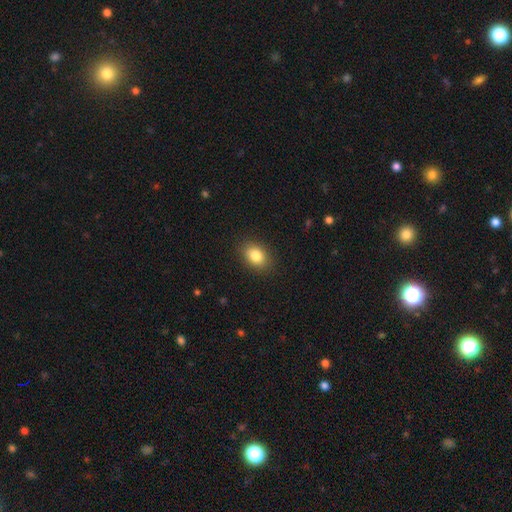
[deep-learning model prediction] Overall: smooth (84%). How rounded: in between (71%). Merging: none (88%).